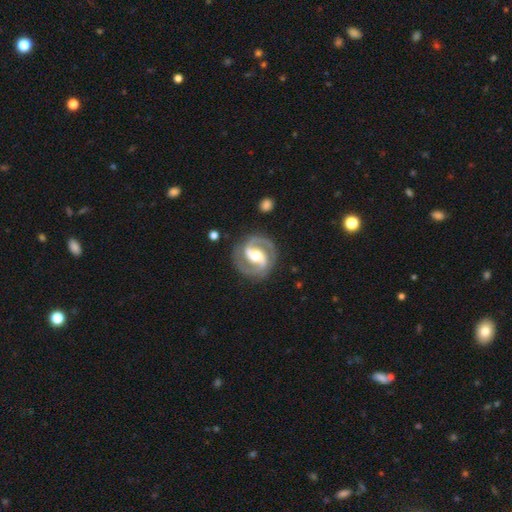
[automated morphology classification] featured or disk 92%, smooth 4%, star or artifact 4%. Down the decision tree: edge-on disk — no (98%); bar — strong (44%); spiral arms — yes (98%); spiral arm count — 2 (94%); spiral winding — medium (58%); bulge size — moderate (68%); merging — none (86%).